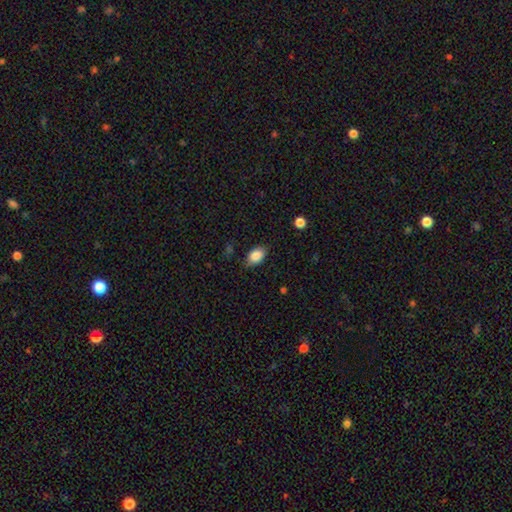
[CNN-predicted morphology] smooth-or-featured: smooth: 87% | star or artifact: 8% | featured or disk: 5%
  how-rounded: in between: 86% | round: 12% | cigar-shaped: 1%
  merging: none: 81% | minor disturbance: 15% | major disturbance: 3% | merger: 1%